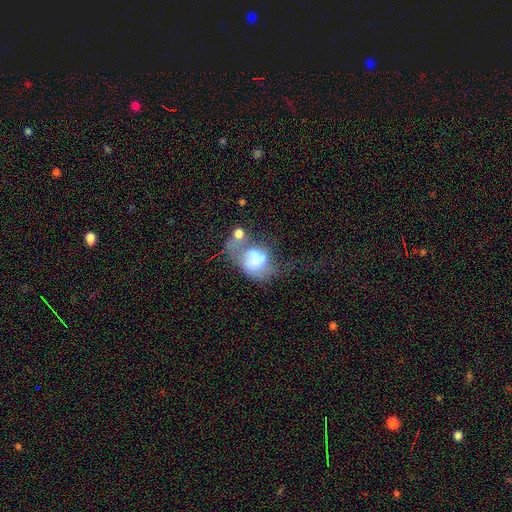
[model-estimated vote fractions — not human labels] A smooth galaxy with no disk features (54%) that is in between round and cigar-shaped (57%).

Vote fractions:
- Smooth or featured? smooth: 54% / featured or disk: 37% / star or artifact: 10%
- How rounded? in between: 57% / round: 42% / cigar-shaped: 1%
- Merging? merger: 38% / major disturbance: 37% / none: 13% / minor disturbance: 12%